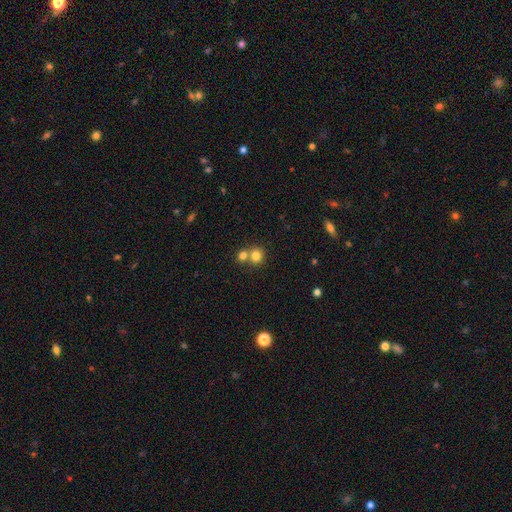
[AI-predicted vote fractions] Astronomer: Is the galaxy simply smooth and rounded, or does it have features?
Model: smooth — 79%.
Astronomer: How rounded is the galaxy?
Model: round — 86%.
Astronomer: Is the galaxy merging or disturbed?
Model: none — 48% (runner-up: merger, 44%).